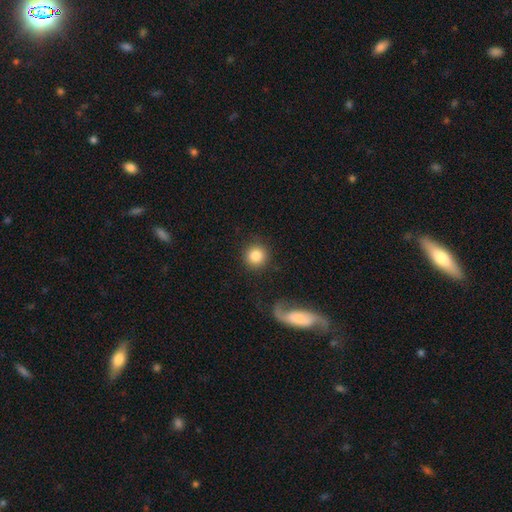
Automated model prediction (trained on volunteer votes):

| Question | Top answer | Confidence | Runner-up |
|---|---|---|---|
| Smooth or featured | smooth | 84% | star or artifact (9%) |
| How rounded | round | 93% | in between (6%) |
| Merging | none | 86% | minor disturbance (7%) |